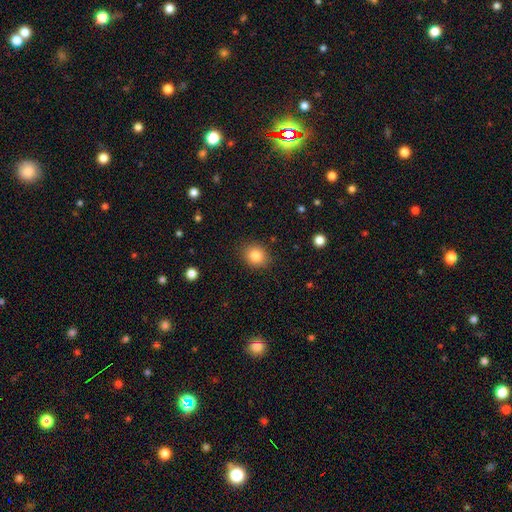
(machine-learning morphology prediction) Q: Smooth or featured?
A: smooth (82%); runner-up: star or artifact (11%)
Q: How rounded?
A: round (68%); runner-up: in between (31%)
Q: Merging?
A: none (88%); runner-up: minor disturbance (9%)